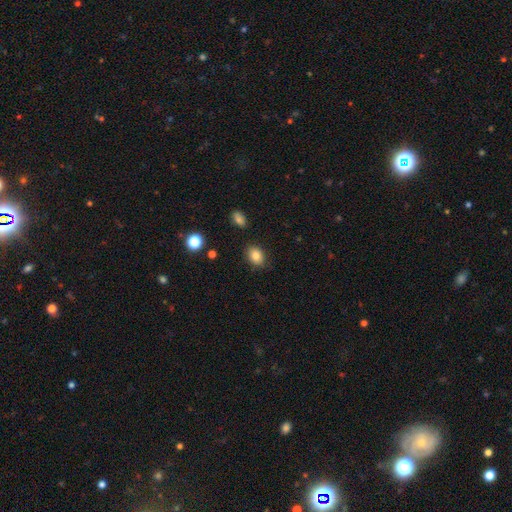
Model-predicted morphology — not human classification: smooth_or_featured: smooth (p=0.84) [alt: star or artifact p=0.10]
how_rounded: in between (p=0.65) [alt: round p=0.34]
merging: none (p=0.83) [alt: minor disturbance p=0.12]